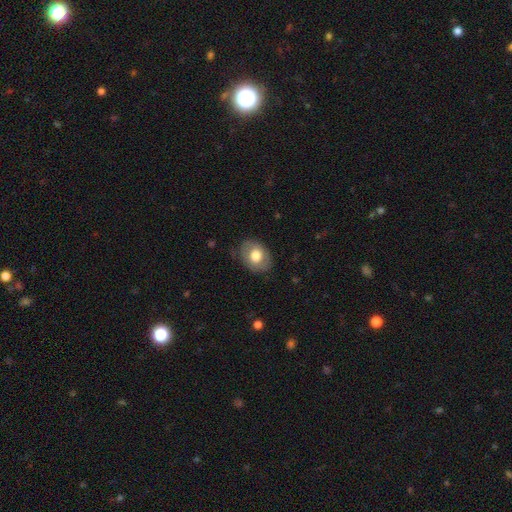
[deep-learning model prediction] Smooth or featured? smooth (67%)
How rounded? in between (66%)
Merging? none (79%)